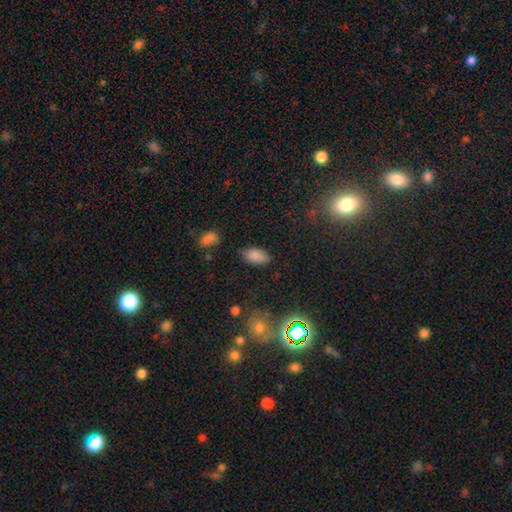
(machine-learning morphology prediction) This is clearly a smooth galaxy (82%). How rounded: clearly in between (93%). Merging: likely none (77%).